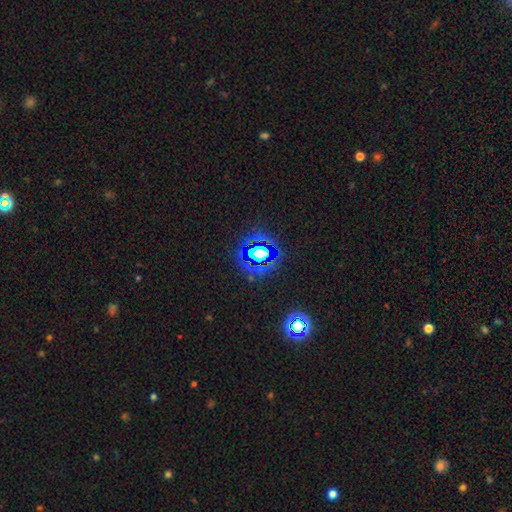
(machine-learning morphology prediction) smooth-or-featured: star or artifact: 68% | smooth: 20% | featured or disk: 12%